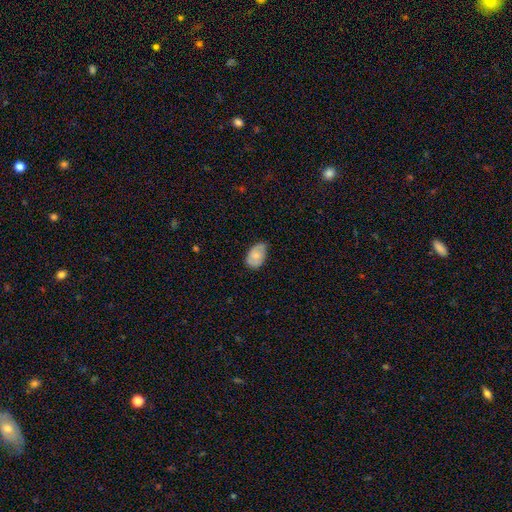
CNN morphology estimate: smooth 71%, featured or disk 23%, star or artifact 7%. Down the decision tree: how rounded — in between (90%); merging — none (55%).